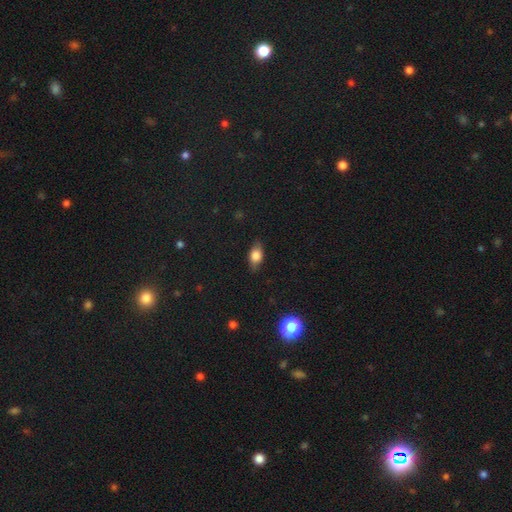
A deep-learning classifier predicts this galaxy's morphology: This is likely a smooth galaxy (72%). How rounded: clearly in between (82%). Merging: clearly none (81%).